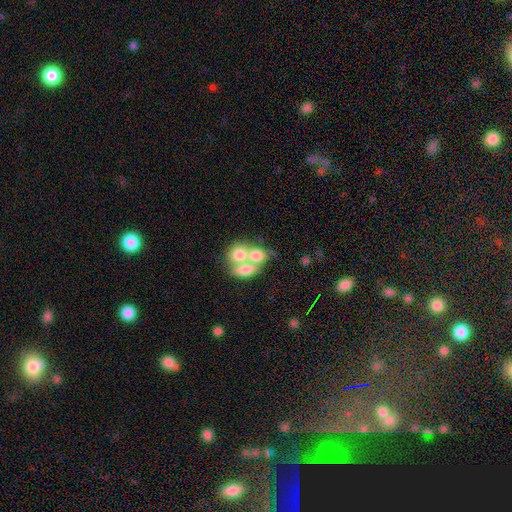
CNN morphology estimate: A smooth galaxy with no disk features (66%) that is in between round and cigar-shaped (57%).

Vote fractions:
- Smooth or featured? smooth: 66% / featured or disk: 25% / star or artifact: 10%
- How rounded? in between: 57% / round: 40% / cigar-shaped: 3%
- Merging? merger: 70% / none: 19% / minor disturbance: 6% / major disturbance: 5%